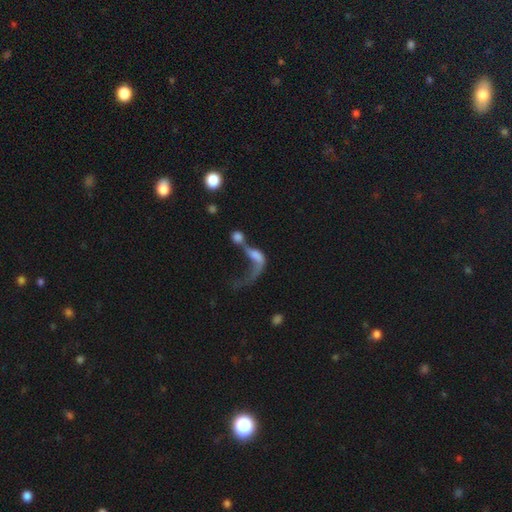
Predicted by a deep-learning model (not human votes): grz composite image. It shows a featured or disk galaxy (54%). Merging: merger (61%).